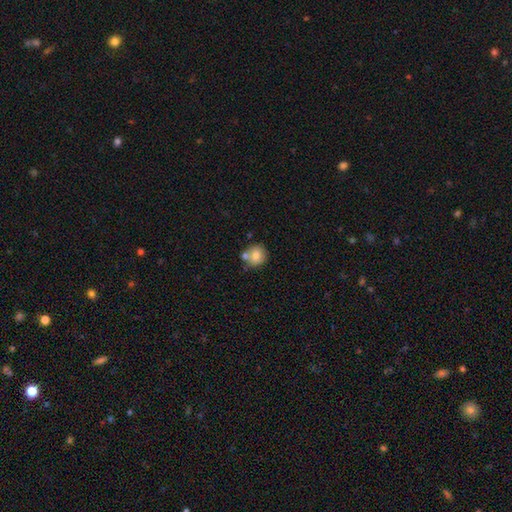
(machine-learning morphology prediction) Smooth or featured: smooth — 78% (featured or disk — 14%)
How rounded: round — 84% (in between — 15%)
Merging: none — 58% (merger — 26%)